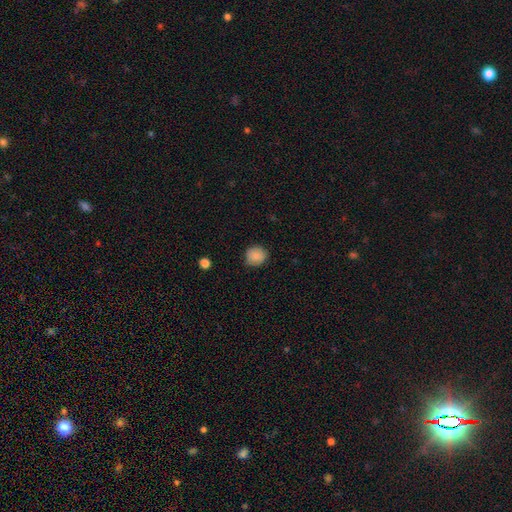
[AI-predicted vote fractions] Smooth or featured?
  - smooth: 85% *
  - star or artifact: 8%
  - featured or disk: 6%
How rounded?
  - round: 86% *
  - in between: 13%
  - cigar-shaped: 1%
Merging?
  - none: 80% *
  - minor disturbance: 16%
  - major disturbance: 3%
  - merger: 1%